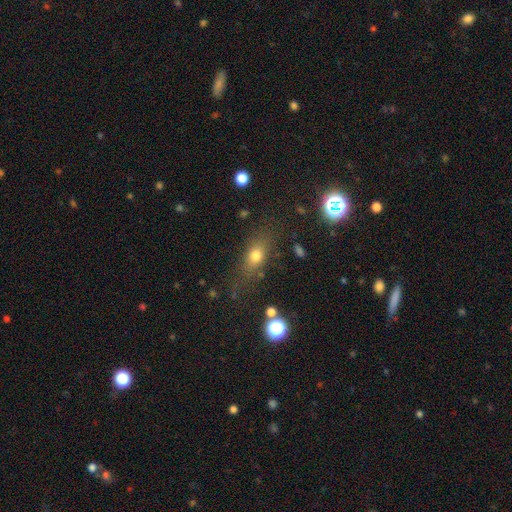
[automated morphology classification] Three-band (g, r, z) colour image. It shows a smooth galaxy with no disk features (70%) that is in between round and cigar-shaped (63%). Merging: none (71%).